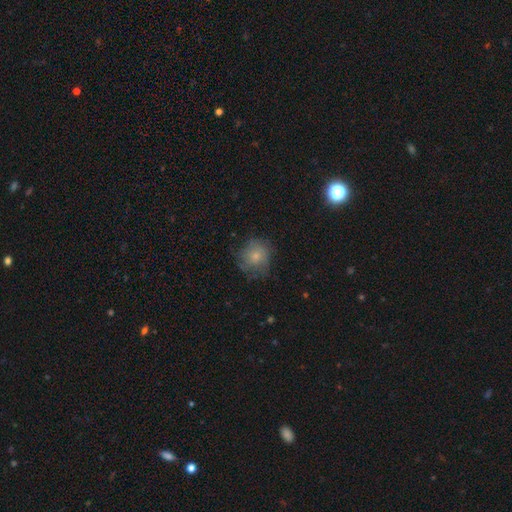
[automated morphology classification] This appears to be a smooth galaxy with no disk features (71%) that is round (83%). Merging: none (65%).